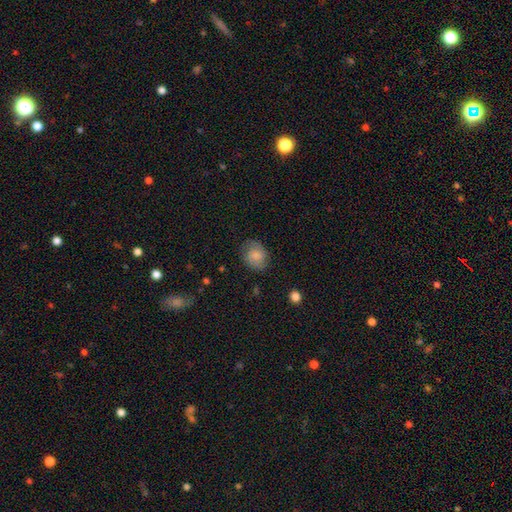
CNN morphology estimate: This is likely a smooth galaxy (73%). How rounded: likely round (61%). Merging: likely none (75%).